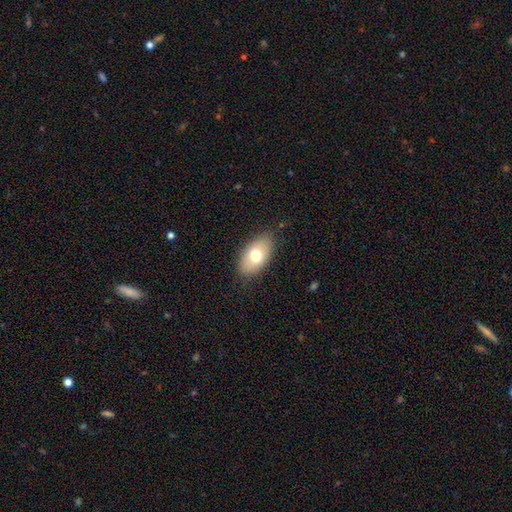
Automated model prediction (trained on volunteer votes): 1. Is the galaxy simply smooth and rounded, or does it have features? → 71% smooth, 22% featured or disk, 8% star or artifact.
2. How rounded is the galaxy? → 92% in between, 6% round, 2% cigar-shaped.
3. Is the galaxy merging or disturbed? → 82% none, 14% minor disturbance, 3% major disturbance, 1% merger.